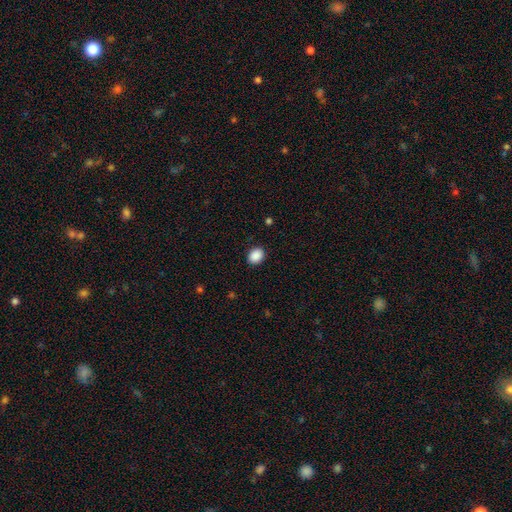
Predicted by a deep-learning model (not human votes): A smooth galaxy with no disk features (90%) that is in between round and cigar-shaped (51%). Merging: none (89%).